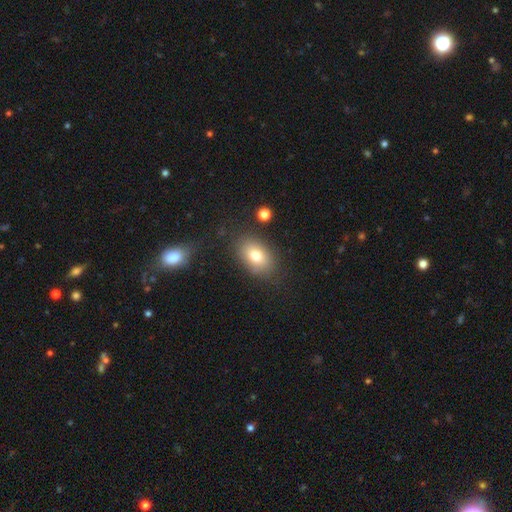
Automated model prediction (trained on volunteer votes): Morphology: type=smooth (75%); roundness=in between (83%); merging=none (80%).